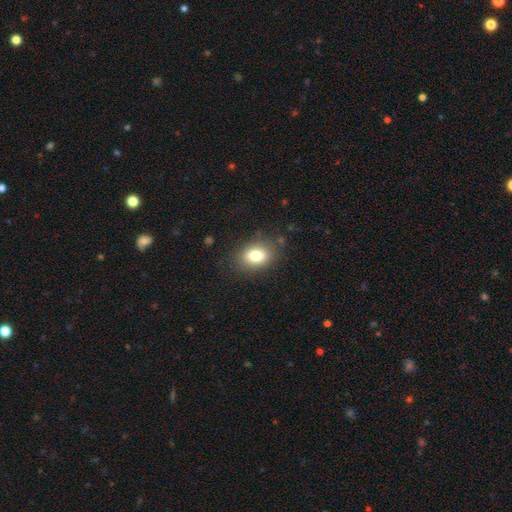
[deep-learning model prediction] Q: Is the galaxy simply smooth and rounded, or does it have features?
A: smooth — 79%.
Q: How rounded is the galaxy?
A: in between — 72%.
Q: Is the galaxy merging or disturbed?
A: none — 82%.